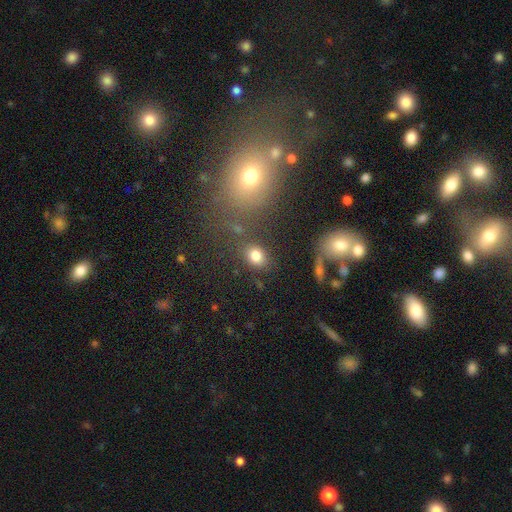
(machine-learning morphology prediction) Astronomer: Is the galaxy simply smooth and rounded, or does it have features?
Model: smooth — 81%.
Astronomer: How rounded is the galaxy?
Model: in between — 55% (runner-up: round, 44%).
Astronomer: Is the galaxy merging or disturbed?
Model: none — 78%.